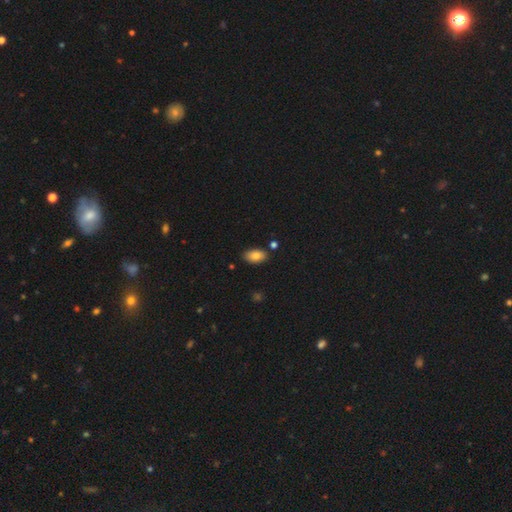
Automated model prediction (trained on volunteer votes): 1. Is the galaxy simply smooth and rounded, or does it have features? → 83% smooth, 9% featured or disk, 8% star or artifact.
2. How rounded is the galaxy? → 93% in between, 5% round, 2% cigar-shaped.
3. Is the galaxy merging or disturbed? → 83% none, 11% minor disturbance, 4% merger, 2% major disturbance.